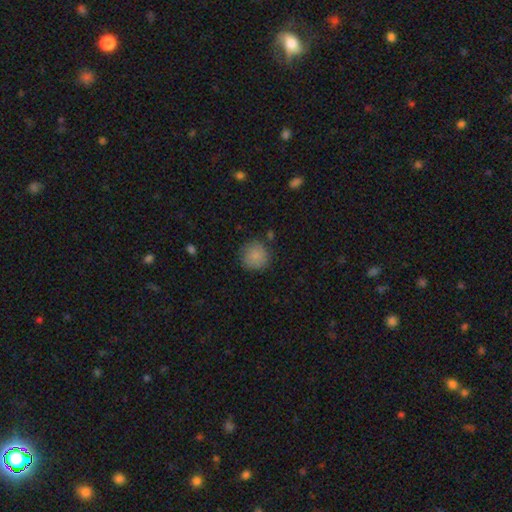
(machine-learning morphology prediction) Q: Smooth or featured?
A: smooth (84%); runner-up: star or artifact (8%)
Q: How rounded?
A: round (92%); runner-up: in between (7%)
Q: Merging?
A: none (78%); runner-up: minor disturbance (15%)